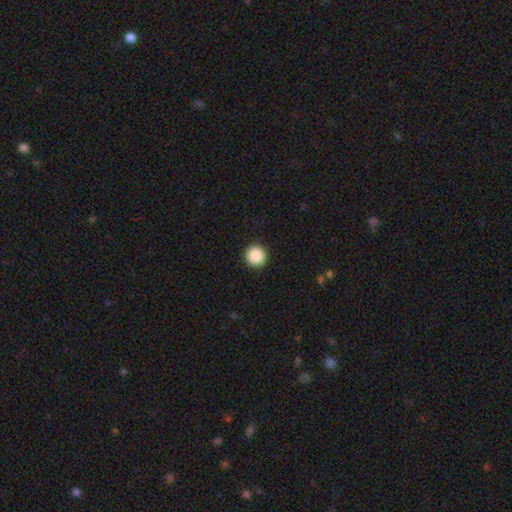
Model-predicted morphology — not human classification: A smooth galaxy with no disk features (89%) that is round (96%). Merging: none (93%).